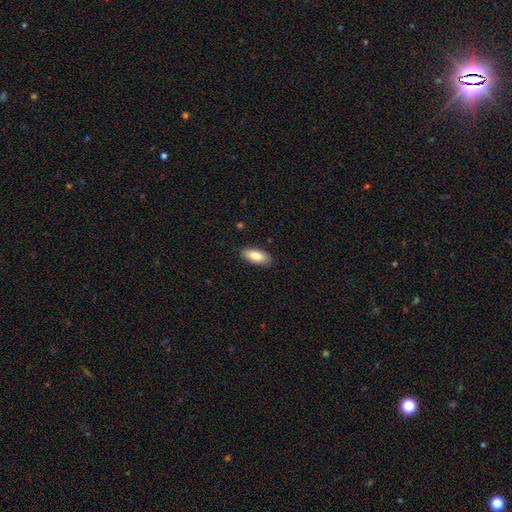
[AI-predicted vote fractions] This appears to be a smooth galaxy with no disk features (85%) that is in between round and cigar-shaped (86%). Merging: none (87%).